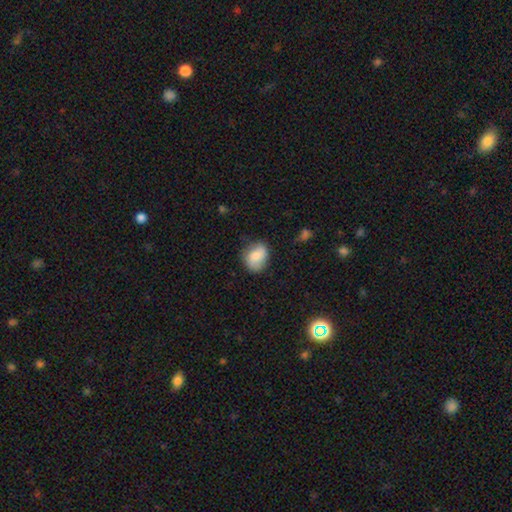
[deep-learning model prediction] smooth-or-featured: smooth: 73% | featured or disk: 20% | star or artifact: 8%
  how-rounded: in between: 52% | round: 47% | cigar-shaped: 1%
  merging: none: 72% | minor disturbance: 22% | major disturbance: 5% | merger: 2%